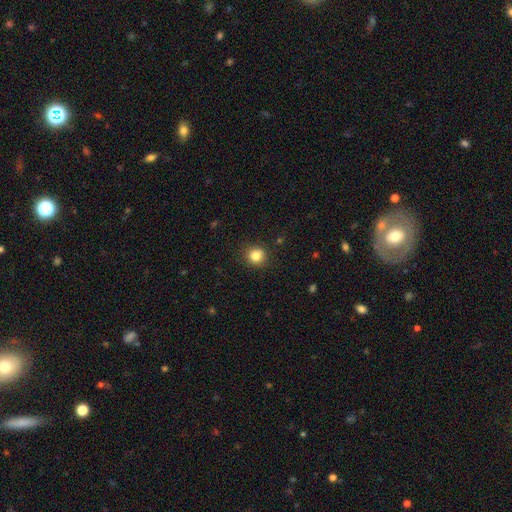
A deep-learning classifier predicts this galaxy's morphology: smooth-or-featured: smooth: 83% | star or artifact: 12% | featured or disk: 5%
  how-rounded: round: 84% | in between: 15% | cigar-shaped: 1%
  merging: none: 88% | minor disturbance: 9% | major disturbance: 2% | merger: 1%